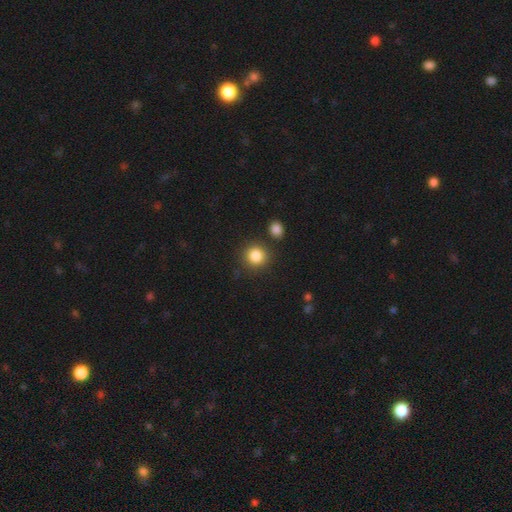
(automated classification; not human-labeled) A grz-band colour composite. It shows a smooth galaxy with no disk features (85%) that is round (89%). Merging: none (83%).